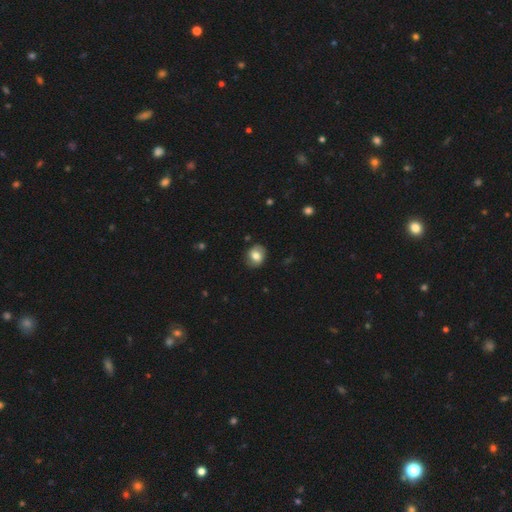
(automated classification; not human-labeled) smooth 70%, featured or disk 22%, star or artifact 8%. Down the decision tree: how rounded — round (60%); merging — none (82%).